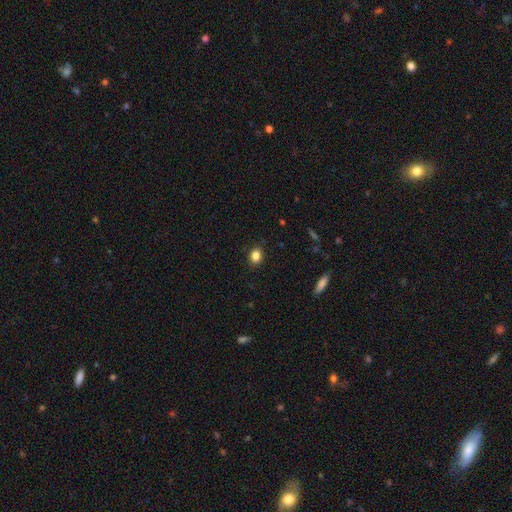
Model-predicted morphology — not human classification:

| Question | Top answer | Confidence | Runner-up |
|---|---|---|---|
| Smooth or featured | smooth | 85% | star or artifact (10%) |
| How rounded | in between | 63% | round (36%) |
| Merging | none | 89% | minor disturbance (8%) |